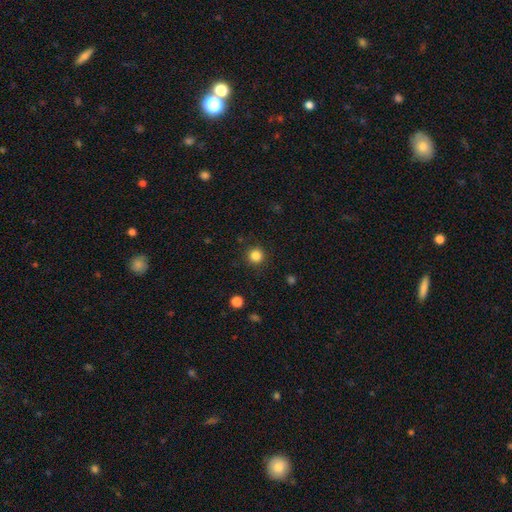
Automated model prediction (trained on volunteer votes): This appears to be a smooth galaxy with no disk features (84%) that is round (95%). Merging: none (90%).